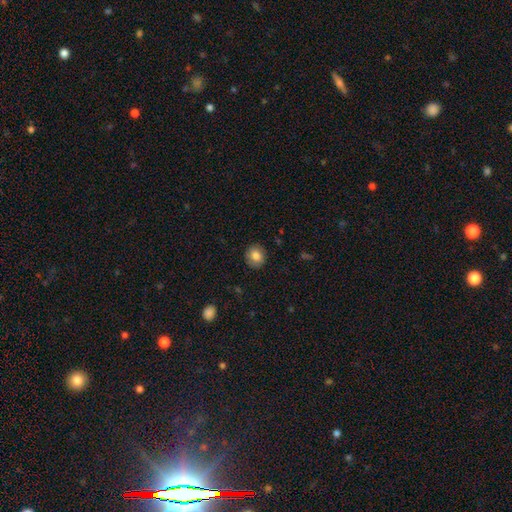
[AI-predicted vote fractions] smooth_or_featured: smooth (p=0.82) [alt: featured or disk p=0.10]
how_rounded: round (p=0.82) [alt: in between p=0.17]
merging: none (p=0.89) [alt: minor disturbance p=0.08]